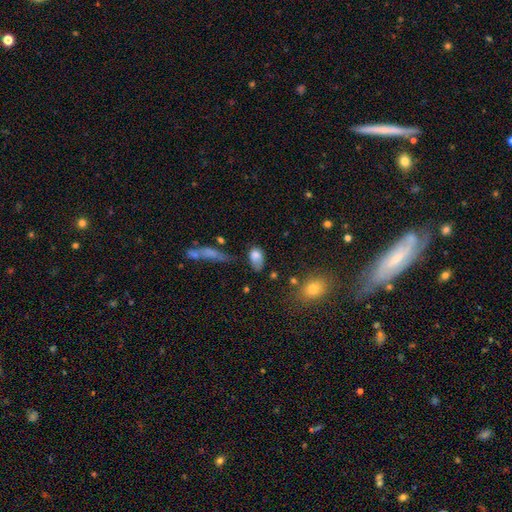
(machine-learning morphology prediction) Overall: smooth (78%). How rounded: in between (86%). Merging: none (38%; minor disturbance 32%).